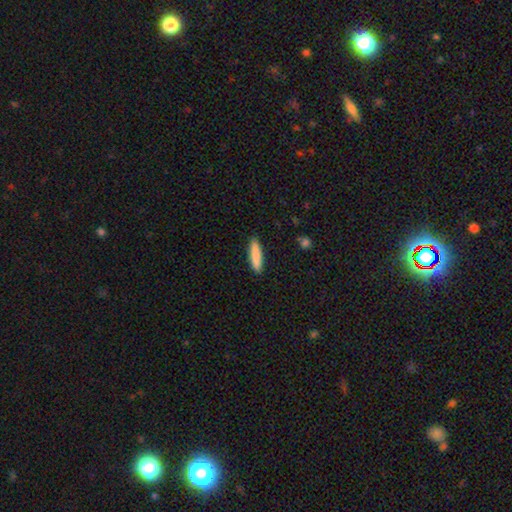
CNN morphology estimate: A smooth galaxy with no disk features (85%) that is cigar-shaped (82%).

Vote fractions:
- Smooth or featured? smooth: 85% / featured or disk: 9% / star or artifact: 6%
- How rounded? cigar-shaped: 82% / in between: 17% / round: 1%
- Merging? none: 90% / minor disturbance: 7% / major disturbance: 2% / merger: 1%